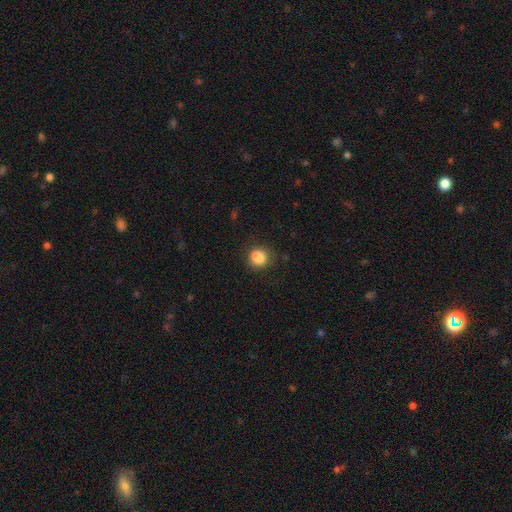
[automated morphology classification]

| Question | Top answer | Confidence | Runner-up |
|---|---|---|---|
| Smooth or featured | smooth | 85% | star or artifact (10%) |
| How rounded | round | 70% | in between (29%) |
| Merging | none | 75% | minor disturbance (16%) |